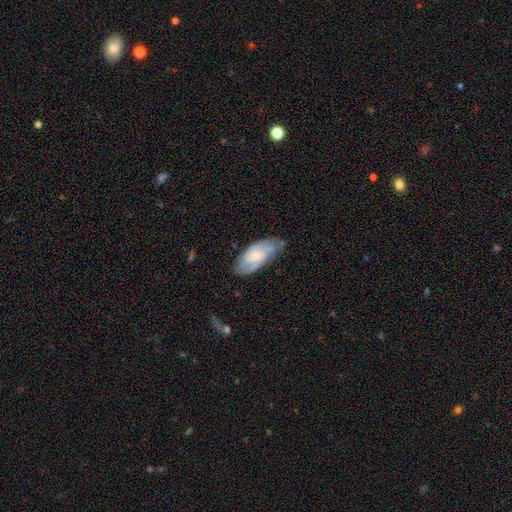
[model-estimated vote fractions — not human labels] Smooth or featured? Predicted: featured or disk (p=0.76). Edge-on disk? Predicted: no (p=0.94). Bar? Predicted: no (p=0.53). Spiral arms? Predicted: yes (p=0.95). Spiral winding? Predicted: medium (p=0.44, tied with tight). Spiral arm count? Predicted: 2 (p=0.51). Bulge size? Predicted: small (p=0.55). Merging? Predicted: none (p=0.71).